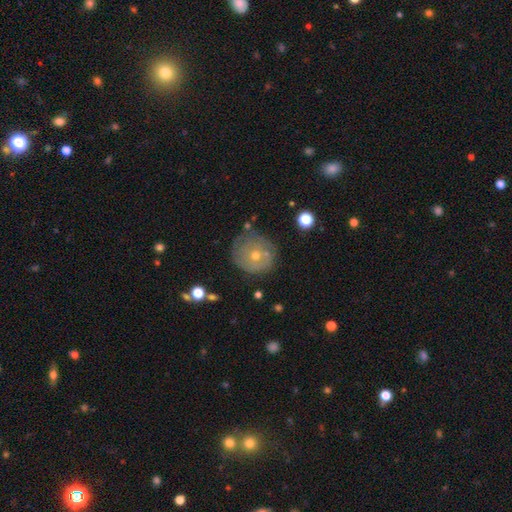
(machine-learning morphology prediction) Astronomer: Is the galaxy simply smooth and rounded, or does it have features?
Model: featured or disk — 52% (runner-up: smooth, 37%).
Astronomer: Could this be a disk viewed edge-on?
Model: no — 96%.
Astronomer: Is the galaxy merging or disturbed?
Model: none — 72%.